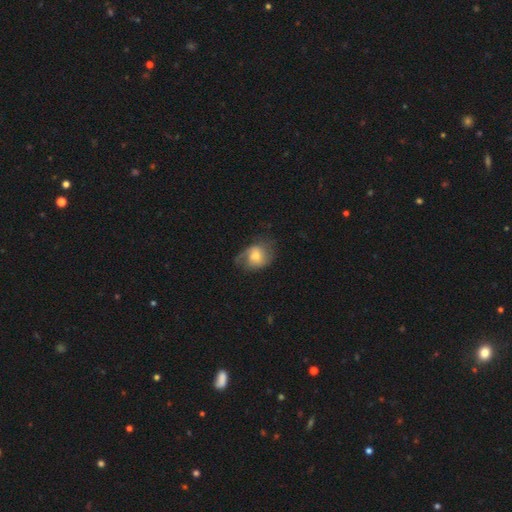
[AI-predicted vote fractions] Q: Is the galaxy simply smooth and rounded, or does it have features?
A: featured or disk — 46%, tied with smooth.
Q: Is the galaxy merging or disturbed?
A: none — 50%.